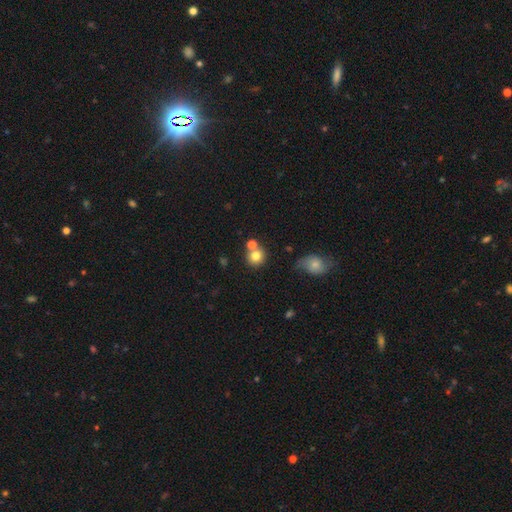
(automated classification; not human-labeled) Morphology: type=smooth (78%); roundness=round (88%); merging=none (62%).